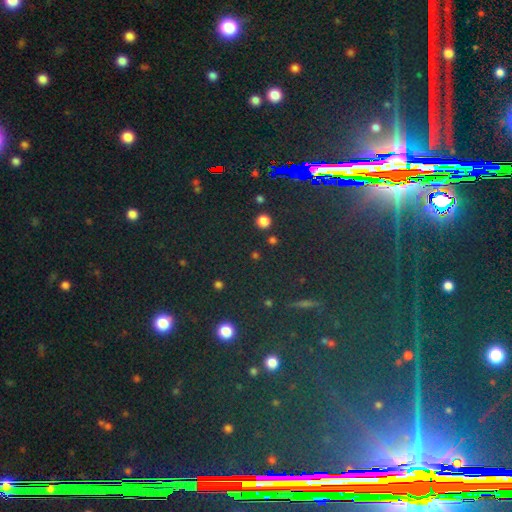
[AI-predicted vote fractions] A star or artifact, not a galaxy (65%).

Vote fractions:
- Smooth or featured? star or artifact: 65% / smooth: 26% / featured or disk: 9%